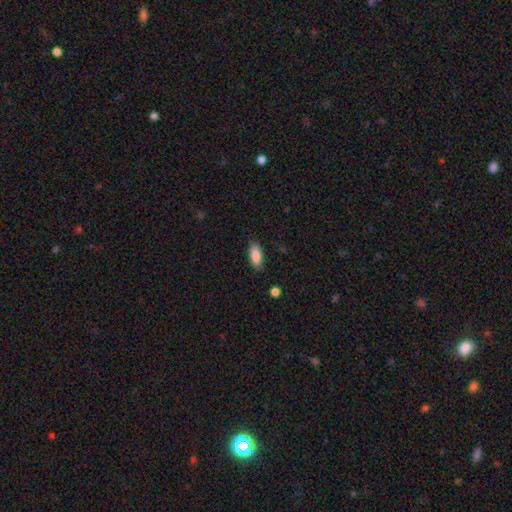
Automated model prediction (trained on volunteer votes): smooth-or-featured: smooth: 89% | star or artifact: 7% | featured or disk: 5%
  how-rounded: in between: 81% | cigar-shaped: 17% | round: 2%
  merging: none: 85% | minor disturbance: 11% | major disturbance: 2% | merger: 1%